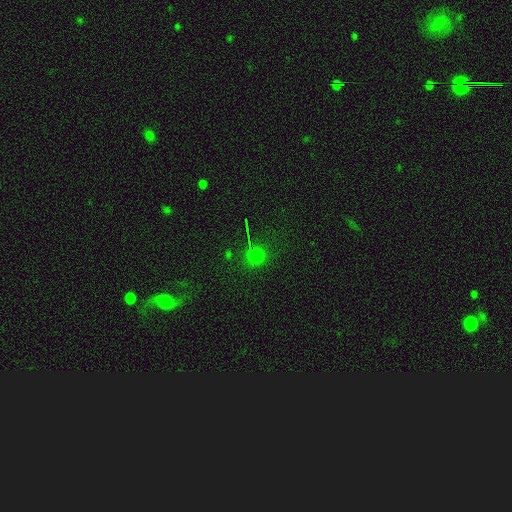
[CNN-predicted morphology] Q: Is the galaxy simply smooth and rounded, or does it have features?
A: smooth — 60%.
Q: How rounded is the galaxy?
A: round — 89%.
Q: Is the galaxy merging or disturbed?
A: none — 81%.